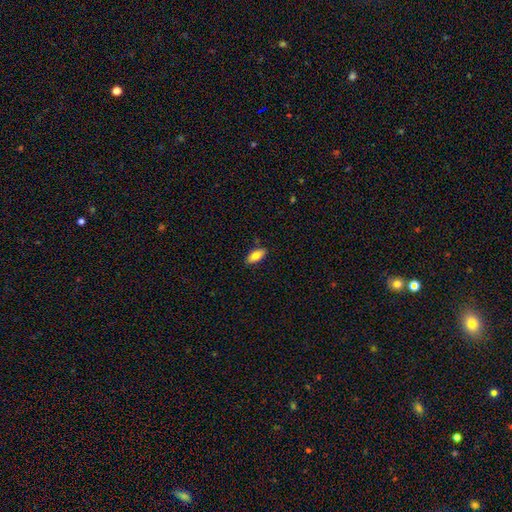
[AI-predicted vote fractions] This appears to be a smooth galaxy with no disk features (77%) that is in between round and cigar-shaped (88%). Merging: none (85%).